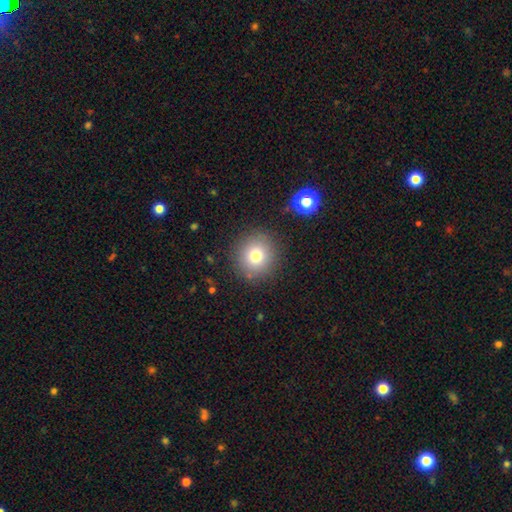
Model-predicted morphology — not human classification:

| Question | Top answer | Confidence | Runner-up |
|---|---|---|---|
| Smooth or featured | smooth | 76% | star or artifact (14%) |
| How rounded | round | 92% | in between (7%) |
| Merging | none | 88% | minor disturbance (7%) |